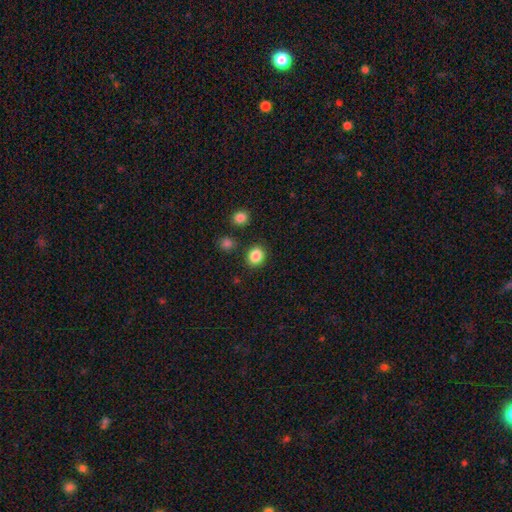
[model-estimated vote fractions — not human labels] This appears to be a smooth galaxy with no disk features (86%) that is round (67%). Merging: none (85%).